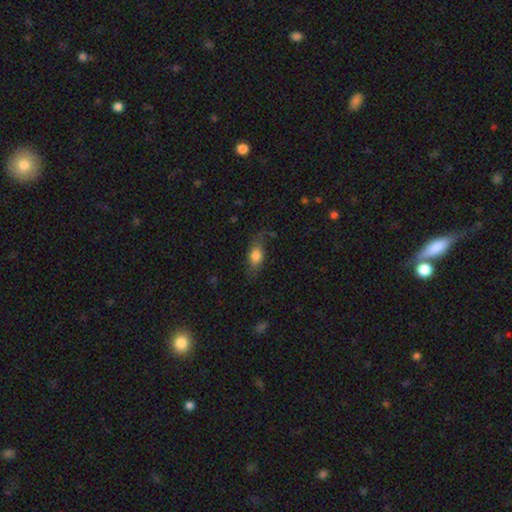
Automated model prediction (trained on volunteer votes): smooth 73%, featured or disk 19%, star or artifact 8%. Down the decision tree: how rounded — in between (77%); merging — none (67%).